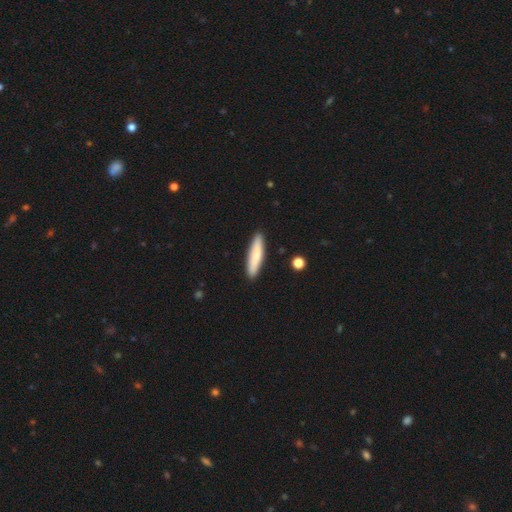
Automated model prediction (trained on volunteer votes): smooth_or_featured: smooth (p=0.78) [alt: featured or disk p=0.17]
how_rounded: cigar-shaped (p=0.84) [alt: in between p=0.15]
merging: none (p=0.91) [alt: minor disturbance p=0.06]